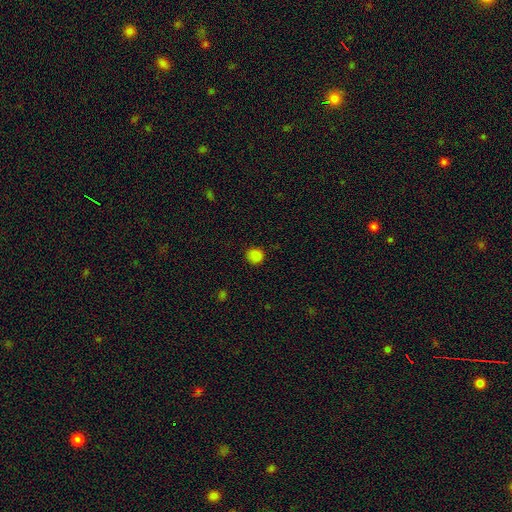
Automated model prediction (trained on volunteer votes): This is clearly a smooth galaxy (84%). How rounded: clearly round (88%). Merging: clearly none (87%).